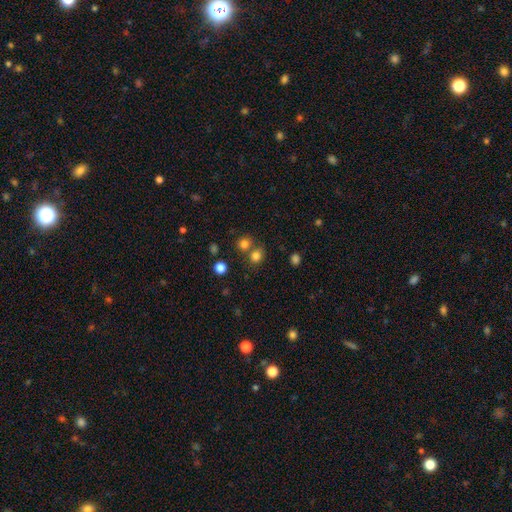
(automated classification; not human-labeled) Smooth or featured?
  - smooth: 78% *
  - star or artifact: 16%
  - featured or disk: 7%
How rounded?
  - round: 76% *
  - in between: 23%
  - cigar-shaped: 1%
Merging?
  - none: 59% *
  - merger: 28%
  - minor disturbance: 8%
  - major disturbance: 4%